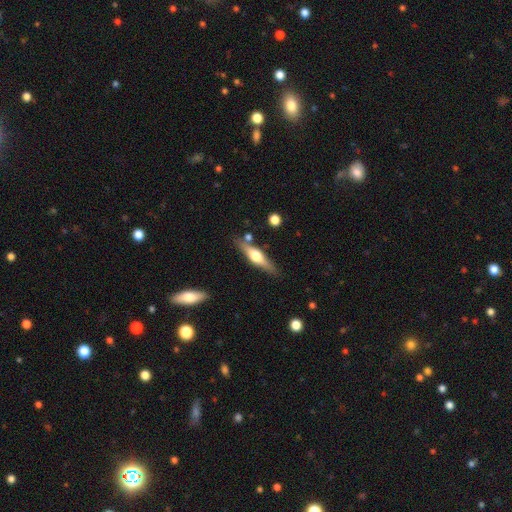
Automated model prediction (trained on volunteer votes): Overall: featured or disk (63%; smooth 31%). Edge-on disk: yes (95%). Edge-on bulge: rounded (93%). Merging: none (82%).